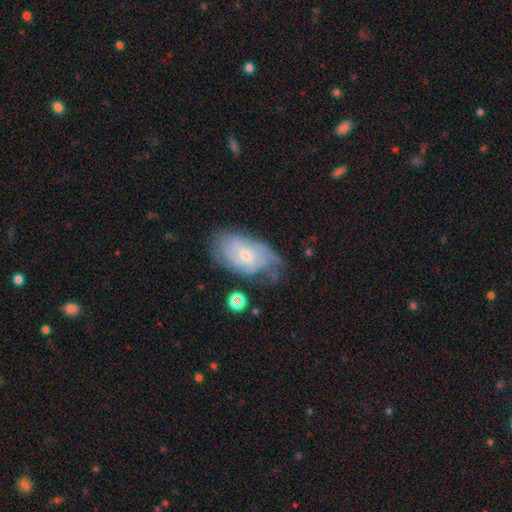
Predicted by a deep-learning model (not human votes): Overall: featured or disk (70%). Edge-on disk: no (95%). Bar: no (47%; weak 45%). Spiral arms: yes (86%). Spiral arm count: can't tell (49%; 2 20%). Spiral winding: tight (50%; medium 37%). Bulge size: small (59%; moderate 35%). Merging: none (55%; minor disturbance 28%).